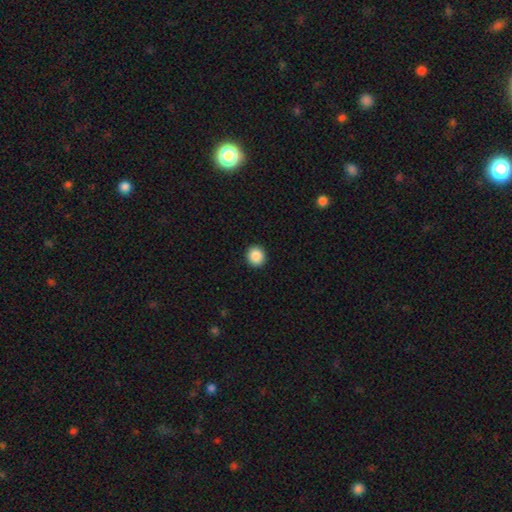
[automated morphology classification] type=smooth (88%); roundness=round (87%); merging=none (92%).